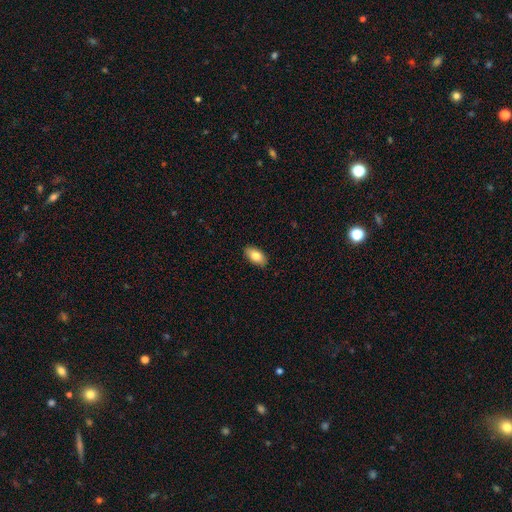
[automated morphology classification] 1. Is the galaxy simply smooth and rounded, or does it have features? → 82% smooth, 12% featured or disk, 7% star or artifact.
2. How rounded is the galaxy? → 92% in between, 4% round, 4% cigar-shaped.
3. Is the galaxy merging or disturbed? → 88% none, 9% minor disturbance, 2% major disturbance, 1% merger.